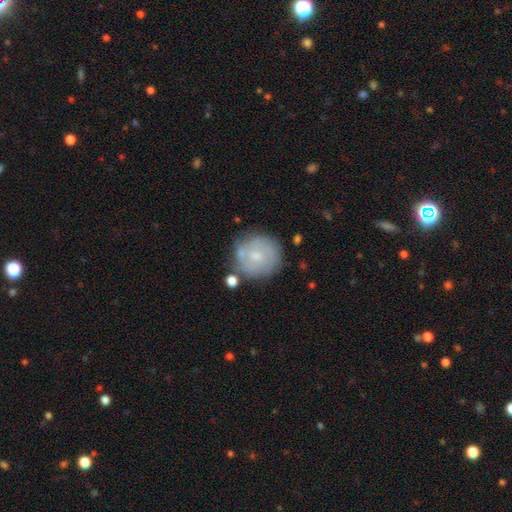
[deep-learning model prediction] Smooth or featured: smooth — 51% (featured or disk — 41%)
How rounded: round — 91% (in between — 8%)
Merging: none — 71% (minor disturbance — 17%)